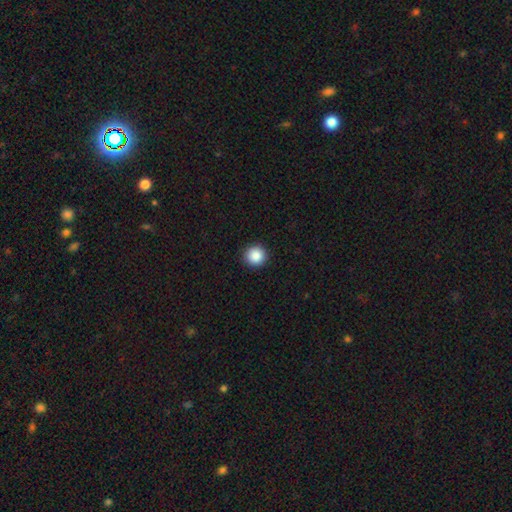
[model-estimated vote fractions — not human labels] Smooth or featured: smooth — 88% (star or artifact — 9%)
How rounded: round — 95% (in between — 4%)
Merging: none — 93% (minor disturbance — 5%)